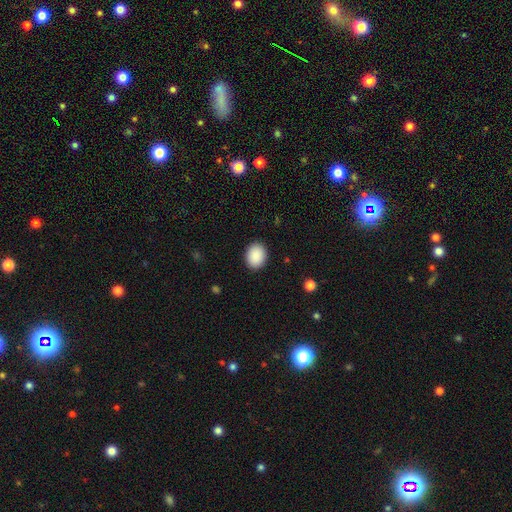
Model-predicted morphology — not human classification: Q: Smooth or featured?
A: smooth (90%); runner-up: star or artifact (7%)
Q: How rounded?
A: in between (59%); runner-up: round (40%)
Q: Merging?
A: none (90%); runner-up: minor disturbance (7%)